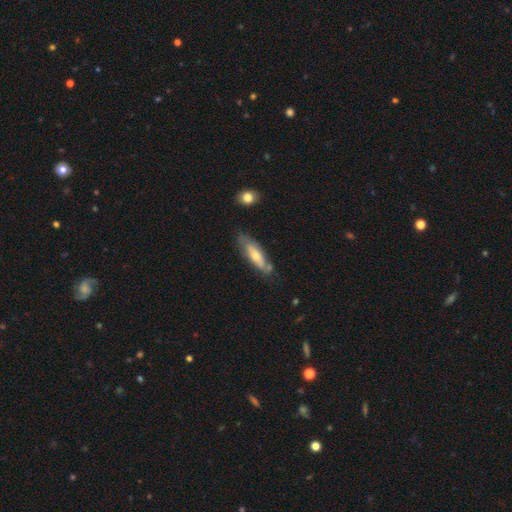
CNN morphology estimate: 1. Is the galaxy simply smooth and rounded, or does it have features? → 50% smooth, 44% featured or disk, 6% star or artifact.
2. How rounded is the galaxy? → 57% cigar-shaped, 41% in between, 2% round.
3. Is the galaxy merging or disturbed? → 63% none, 24% minor disturbance, 6% merger, 6% major disturbance.